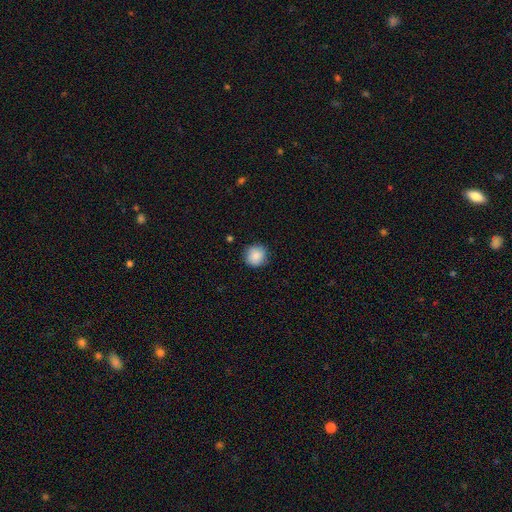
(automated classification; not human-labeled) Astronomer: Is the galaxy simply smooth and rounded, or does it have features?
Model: smooth — 87%.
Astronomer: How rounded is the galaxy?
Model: round — 93%.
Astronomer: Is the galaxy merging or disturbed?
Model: none — 87%.